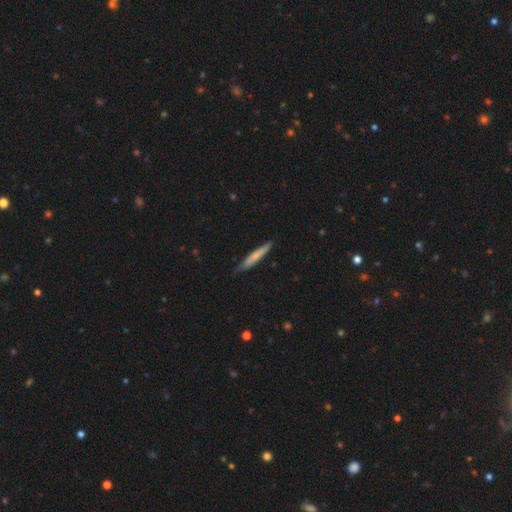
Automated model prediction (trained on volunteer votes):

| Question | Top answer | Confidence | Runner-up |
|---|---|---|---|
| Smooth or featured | smooth | 63% | featured or disk (31%) |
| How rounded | cigar-shaped | 94% | in between (5%) |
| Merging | none | 76% | minor disturbance (20%) |